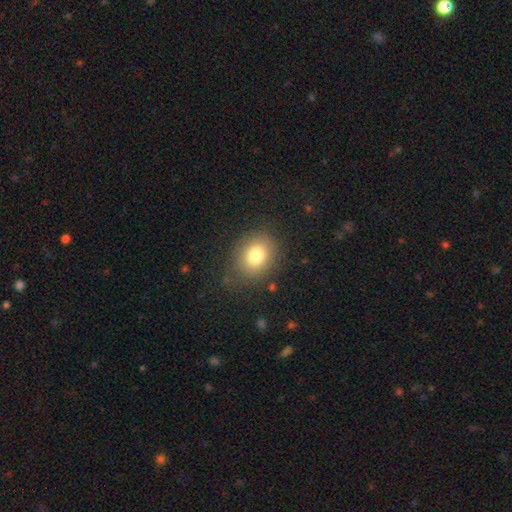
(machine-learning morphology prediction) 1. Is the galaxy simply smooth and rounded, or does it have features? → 79% smooth, 11% star or artifact, 11% featured or disk.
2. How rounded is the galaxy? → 59% round, 40% in between, 1% cigar-shaped.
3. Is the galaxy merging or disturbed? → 81% none, 12% minor disturbance, 5% major disturbance, 2% merger.